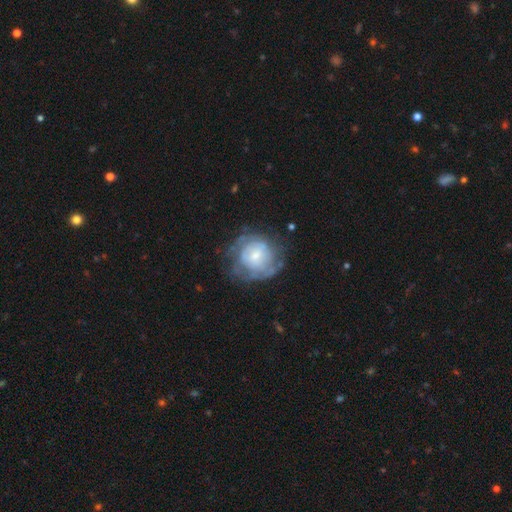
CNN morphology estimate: Smooth or featured?
  - featured or disk: 59% *
  - smooth: 34%
  - star or artifact: 7%
Edge-on disk?
  - no: 97% *
  - yes: 3%
Bar?
  - no: 66% *
  - weak: 29%
  - strong: 5%
Spiral arms?
  - yes: 62% *
  - no: 38%
Bulge size?
  - small: 54% *
  - moderate: 34%
  - large: 6%
  - none: 5%
  - dominant: 1%
Merging?
  - none: 59% *
  - minor disturbance: 22%
  - major disturbance: 16%
  - merger: 2%